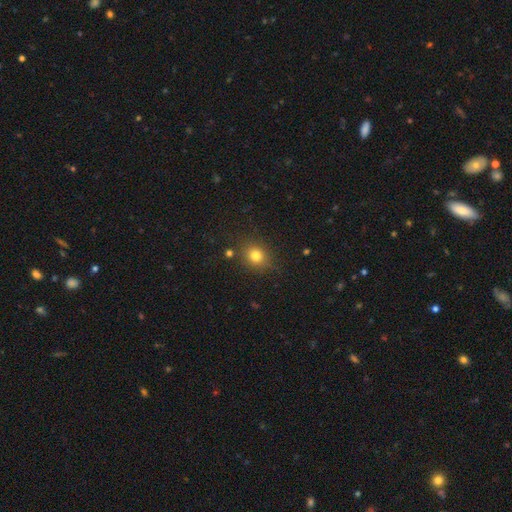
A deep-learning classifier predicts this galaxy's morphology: Overall: smooth (78%). How rounded: round (75%). Merging: none (83%).